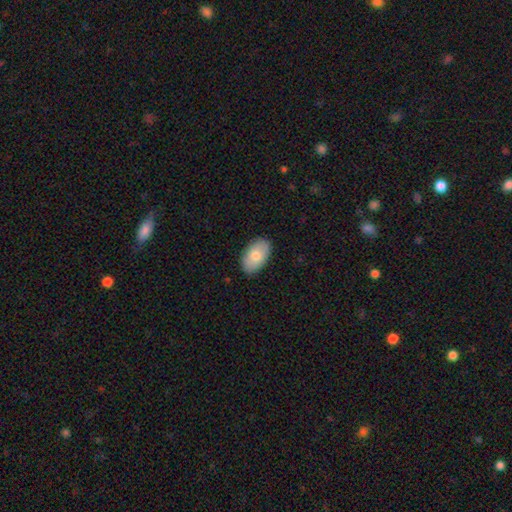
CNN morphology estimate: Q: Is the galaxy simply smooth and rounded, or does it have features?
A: smooth — 77%.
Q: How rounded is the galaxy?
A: in between — 93%.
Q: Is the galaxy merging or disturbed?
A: none — 87%.